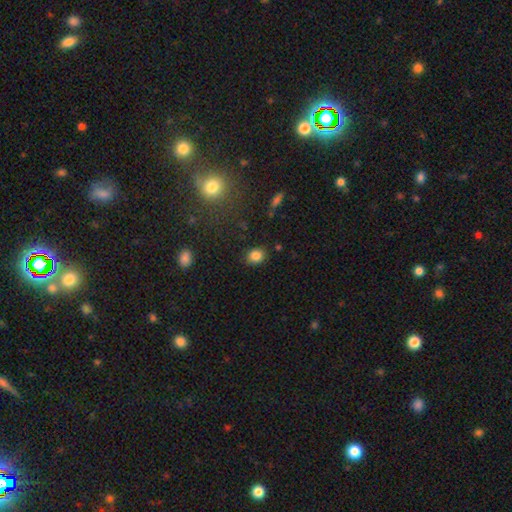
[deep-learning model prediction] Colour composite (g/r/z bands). It shows a smooth galaxy with no disk features (83%) that is round (61%). Merging: none (85%).